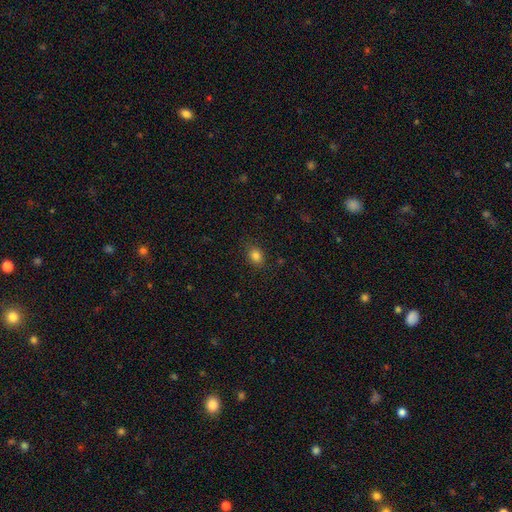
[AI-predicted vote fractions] Overall: smooth (83%). How rounded: in between (61%; round 38%). Merging: none (85%).